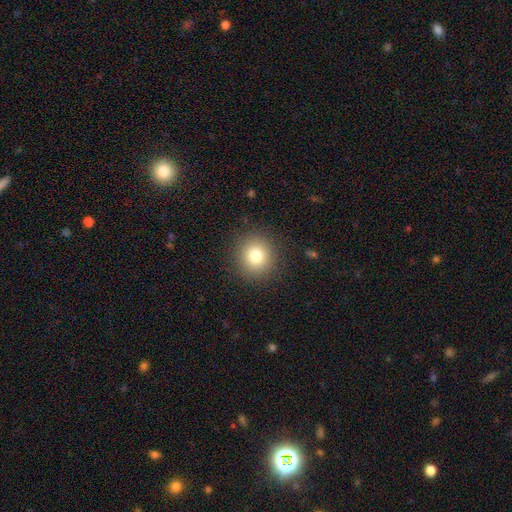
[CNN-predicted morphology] smooth_or_featured: smooth (p=0.79) [alt: star or artifact p=0.12]
how_rounded: round (p=0.89) [alt: in between p=0.10]
merging: none (p=0.89) [alt: minor disturbance p=0.07]